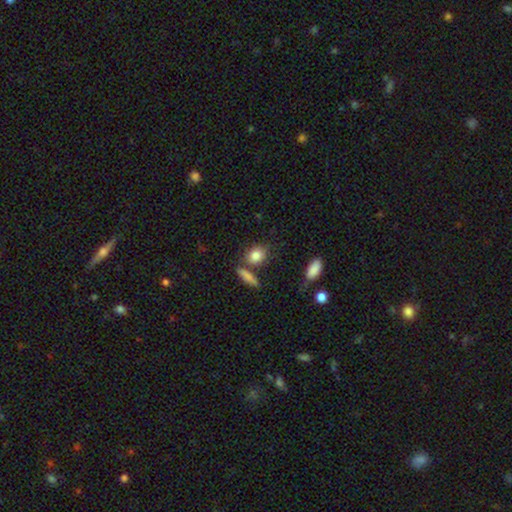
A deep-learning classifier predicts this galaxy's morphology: Smooth or featured?
  - smooth: 84% *
  - featured or disk: 8%
  - star or artifact: 8%
How rounded?
  - in between: 52% *
  - round: 44%
  - cigar-shaped: 4%
Merging?
  - none: 67% *
  - merger: 15%
  - minor disturbance: 14%
  - major disturbance: 5%